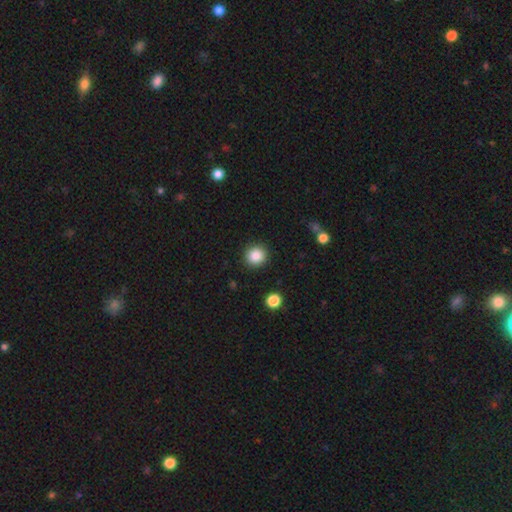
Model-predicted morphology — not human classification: Overall: smooth (86%). How rounded: round (91%). Merging: none (91%).